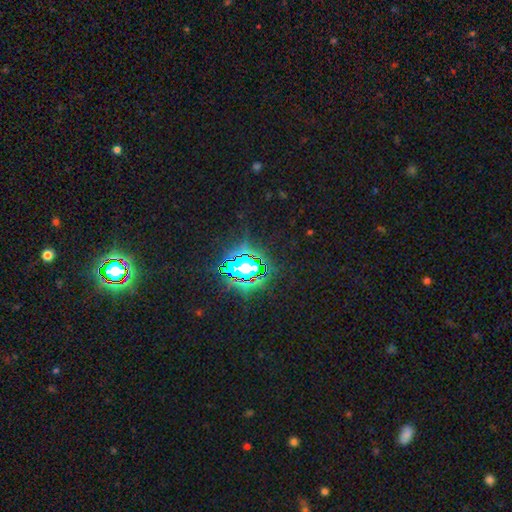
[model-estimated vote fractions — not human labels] Smooth or featured? Predicted: star or artifact (p=0.77).